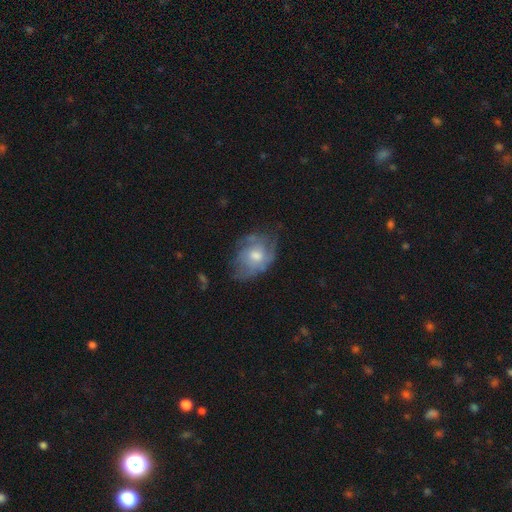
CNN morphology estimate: featured or disk 57%, smooth 34%, star or artifact 8%. Down the decision tree: edge-on disk — no (95%); bar — no (80%); spiral arms — yes (60%); bulge size — moderate (65%); merging — none (54%).